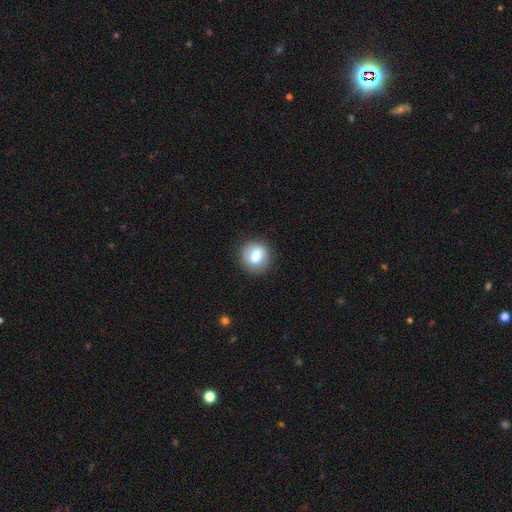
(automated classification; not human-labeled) Smooth or featured? smooth (73%)
How rounded? round (79%)
Merging? none (80%)